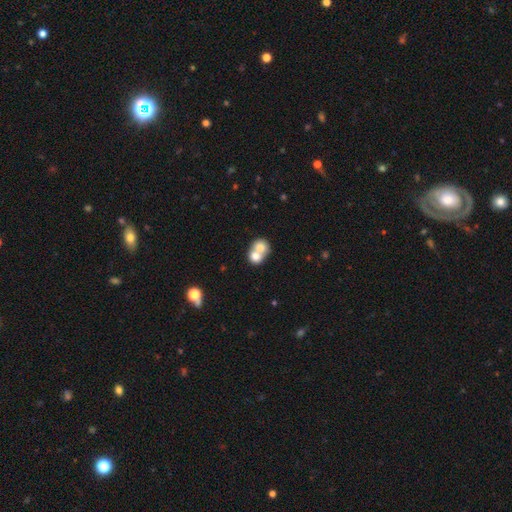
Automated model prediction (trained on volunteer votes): Smooth or featured?
  - smooth: 72% *
  - featured or disk: 19%
  - star or artifact: 8%
How rounded?
  - round: 66% *
  - in between: 33%
  - cigar-shaped: 1%
Merging?
  - merger: 73% *
  - none: 20%
  - minor disturbance: 4%
  - major disturbance: 2%